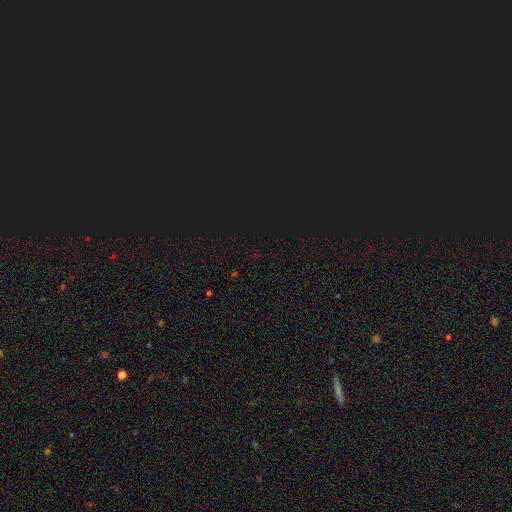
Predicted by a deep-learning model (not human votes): Smooth or featured: star or artifact — 76% (smooth — 17%)